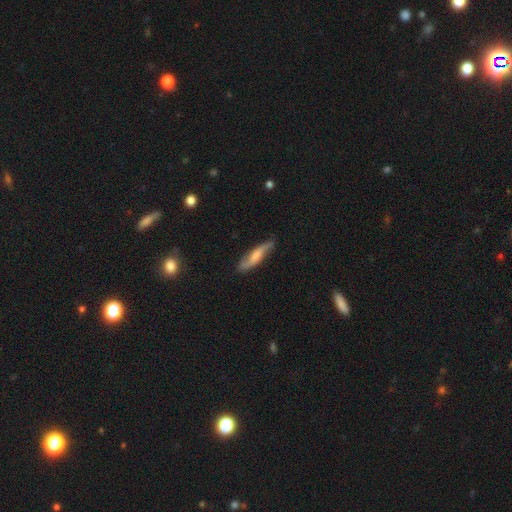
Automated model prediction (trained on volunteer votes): A featured or disk galaxy (49%). Merging: none (77%).